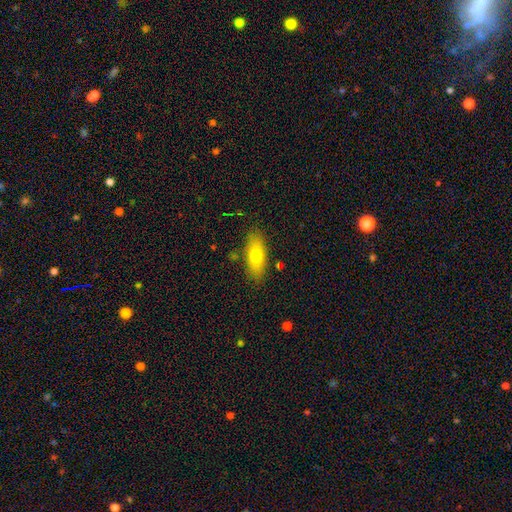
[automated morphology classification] smooth 74%, featured or disk 19%, star or artifact 7%. Down the decision tree: how rounded — in between (73%); merging — none (84%).